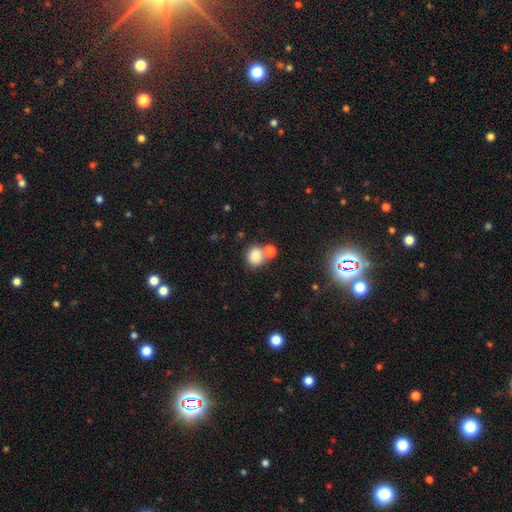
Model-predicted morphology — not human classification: smooth 82%, star or artifact 11%, featured or disk 7%. Down the decision tree: how rounded — round (79%); merging — none (55%).